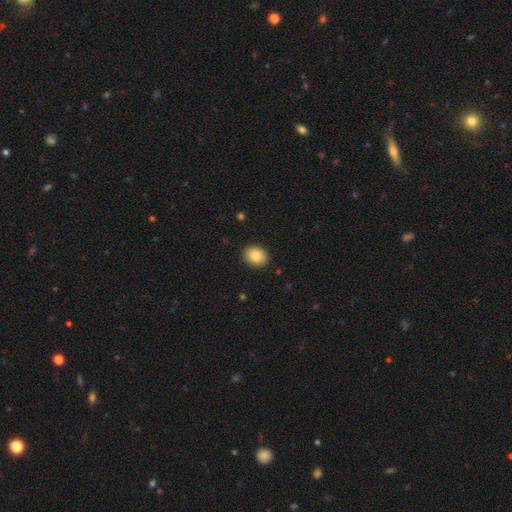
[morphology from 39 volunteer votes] Smooth or featured: smooth — 79% (featured or disk — 10%)
How rounded: round — 61% (in between — 39%)
Merging: none — 83% (minor disturbance — 14%)